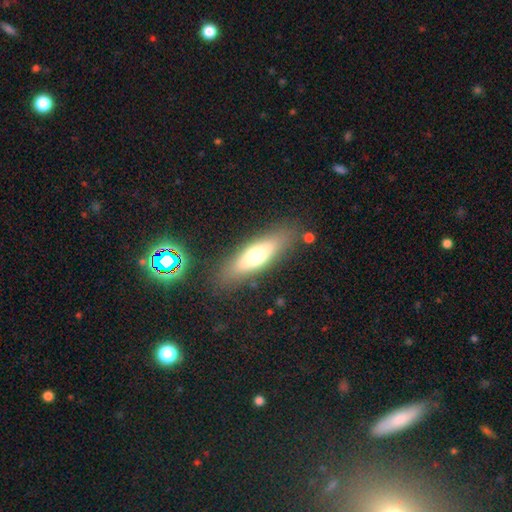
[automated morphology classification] This is likely a smooth galaxy (60%). How rounded: possibly cigar-shaped (51%). Merging: clearly none (82%).